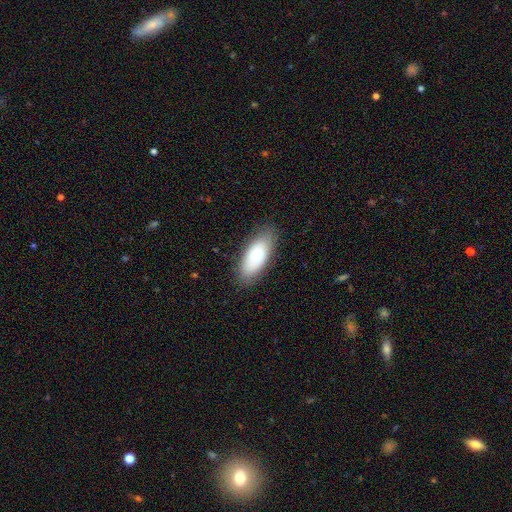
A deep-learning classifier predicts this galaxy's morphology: Smooth or featured? Predicted: smooth (p=0.66). How rounded? Predicted: in between (p=0.85). Merging? Predicted: none (p=0.83).